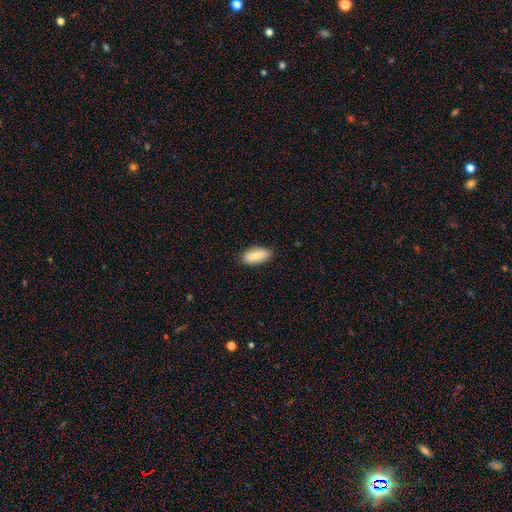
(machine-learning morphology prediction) Overall: smooth (81%). How rounded: in between (86%). Merging: none (84%).